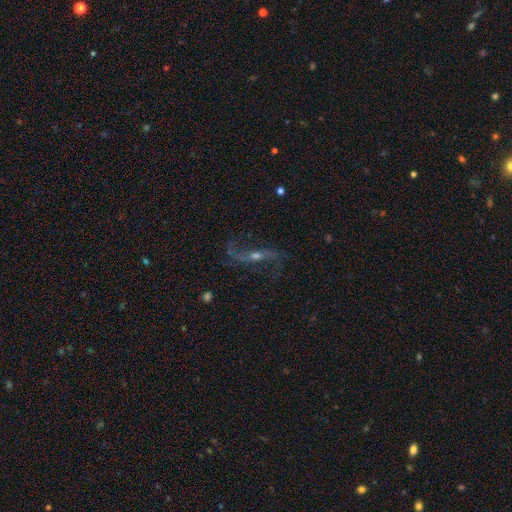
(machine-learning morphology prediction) Overall: featured or disk (76%). Edge-on disk: no (86%). Bar: weak (37%; no 35%). Spiral arms: yes (92%). Spiral arm count: 2 (91%). Spiral winding: loose (74%). Bulge size: moderate (48%; small 42%). Merging: none (75%).